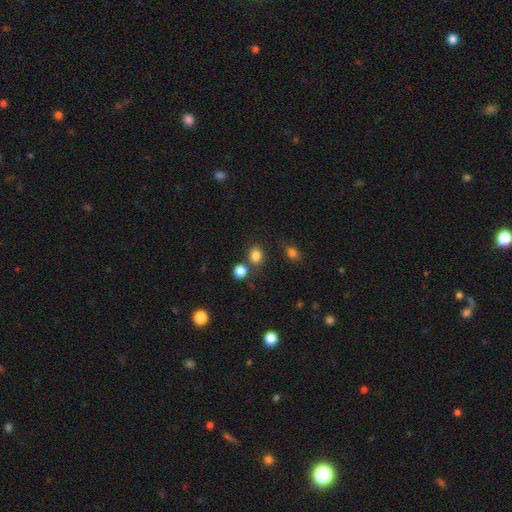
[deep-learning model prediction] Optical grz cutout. It shows a smooth galaxy with no disk features (83%) that is round (67%). Merging: none (75%).